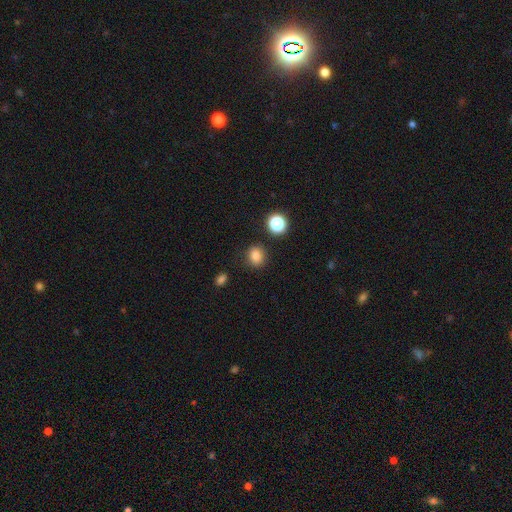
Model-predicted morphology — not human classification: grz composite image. It shows a smooth galaxy with no disk features (83%) that is round (72%). Merging: none (85%).